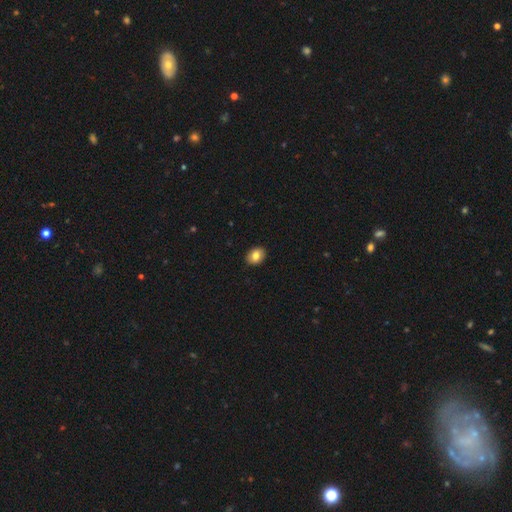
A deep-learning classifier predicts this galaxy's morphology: smooth 82%, featured or disk 10%, star or artifact 8%. Down the decision tree: how rounded — in between (65%); merging — none (90%).